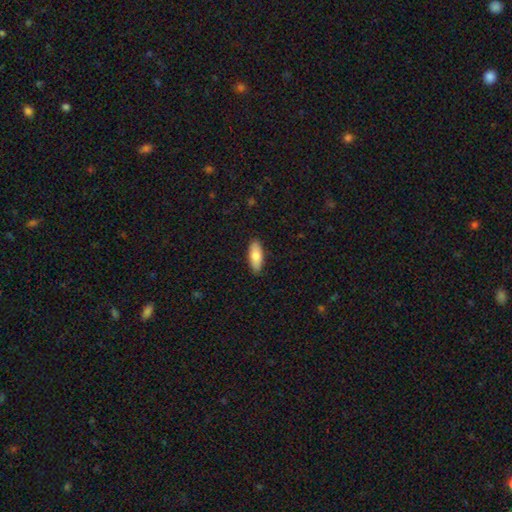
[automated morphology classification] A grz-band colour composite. It shows a smooth galaxy with no disk features (80%) that is in between round and cigar-shaped (74%). Merging: none (89%).